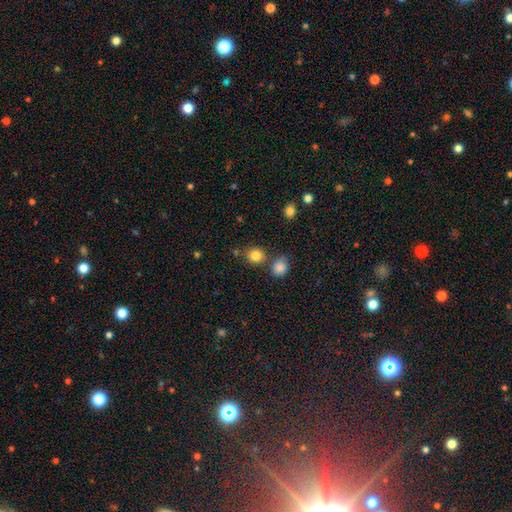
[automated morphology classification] Smooth or featured? Predicted: smooth (p=0.83). How rounded? Predicted: round (p=0.82). Merging? Predicted: none (p=0.73).